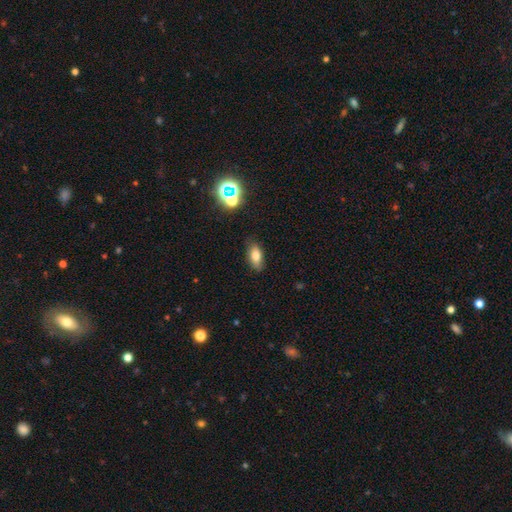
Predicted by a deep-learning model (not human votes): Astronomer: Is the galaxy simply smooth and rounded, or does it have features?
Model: smooth — 76%.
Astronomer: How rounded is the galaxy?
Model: in between — 87%.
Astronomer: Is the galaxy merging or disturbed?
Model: none — 82%.